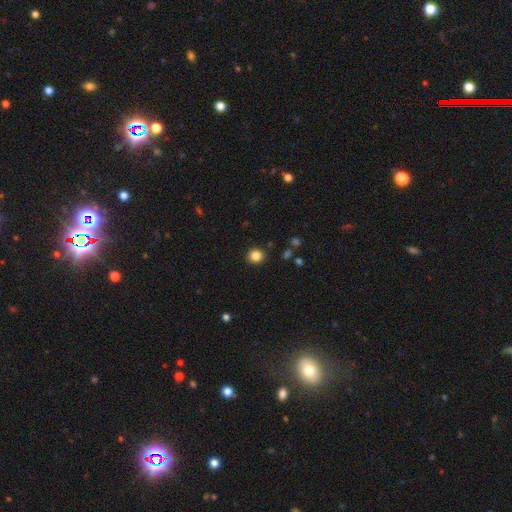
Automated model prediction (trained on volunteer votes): smooth-or-featured: smooth: 84% | star or artifact: 12% | featured or disk: 4%
  how-rounded: round: 88% | in between: 11% | cigar-shaped: 1%
  merging: none: 91% | minor disturbance: 6% | major disturbance: 2% | merger: 2%